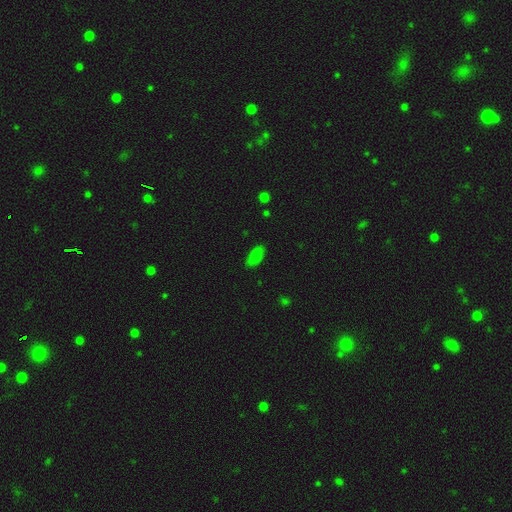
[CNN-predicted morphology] Smooth or featured: smooth — 83% (star or artifact — 11%)
How rounded: in between — 88% (cigar-shaped — 9%)
Merging: none — 83% (minor disturbance — 13%)